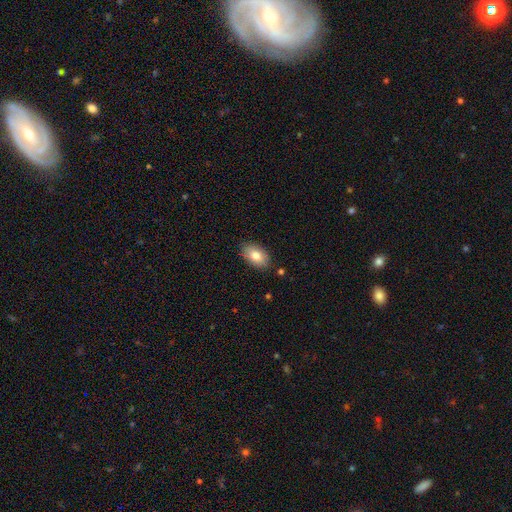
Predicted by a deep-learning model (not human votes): Smooth or featured?
  - smooth: 80% *
  - featured or disk: 13%
  - star or artifact: 7%
How rounded?
  - in between: 91% *
  - round: 7%
  - cigar-shaped: 2%
Merging?
  - none: 85% *
  - minor disturbance: 11%
  - major disturbance: 2%
  - merger: 2%